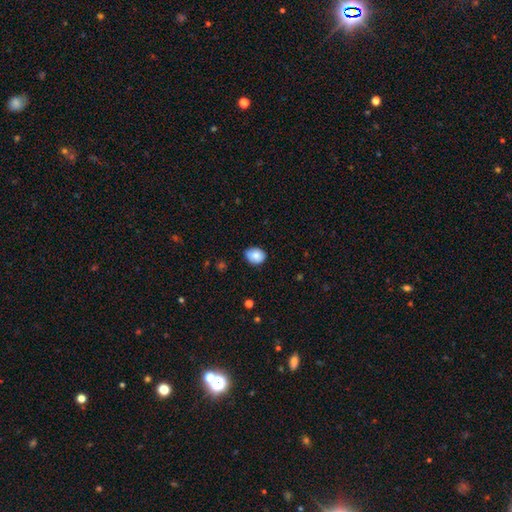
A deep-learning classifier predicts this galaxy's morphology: This appears to be a smooth galaxy with no disk features (86%) that is in between round and cigar-shaped (55%). Merging: none (79%).